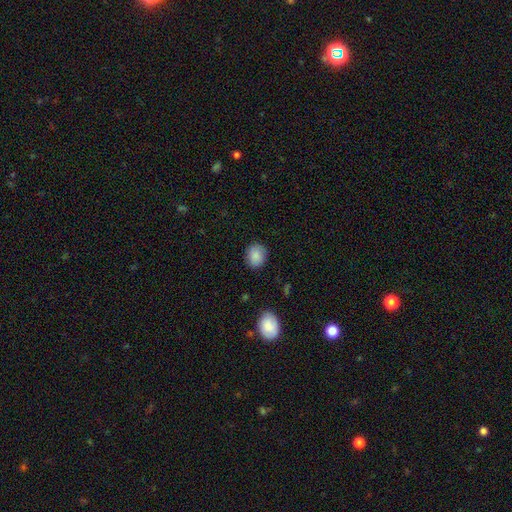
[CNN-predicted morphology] type=smooth (88%); roundness=round (66%); merging=none (86%).